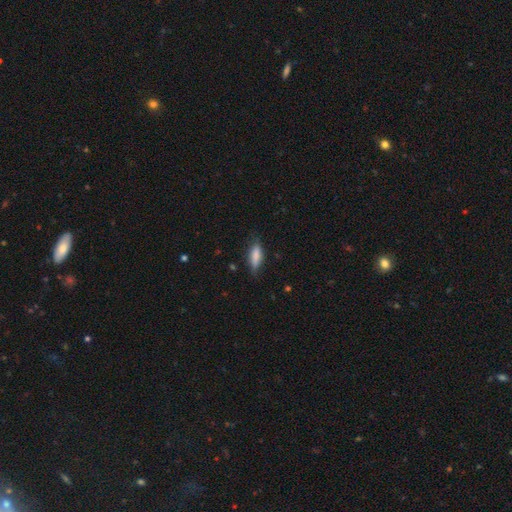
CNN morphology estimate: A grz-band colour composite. It shows a smooth galaxy with no disk features (78%) that is in between round and cigar-shaped (51%). Merging: none (73%).